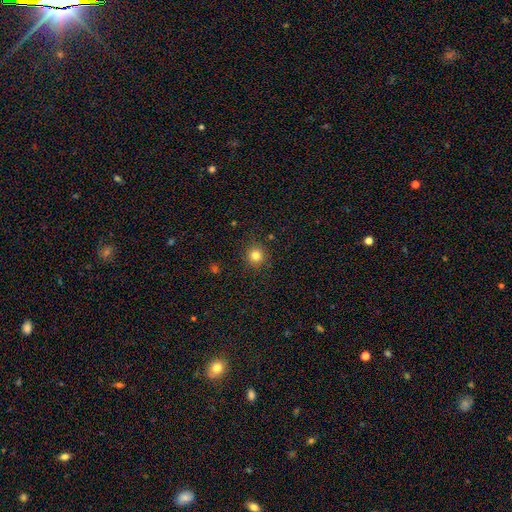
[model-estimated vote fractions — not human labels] This appears to be a smooth galaxy with no disk features (82%) that is round (94%). Merging: none (90%).